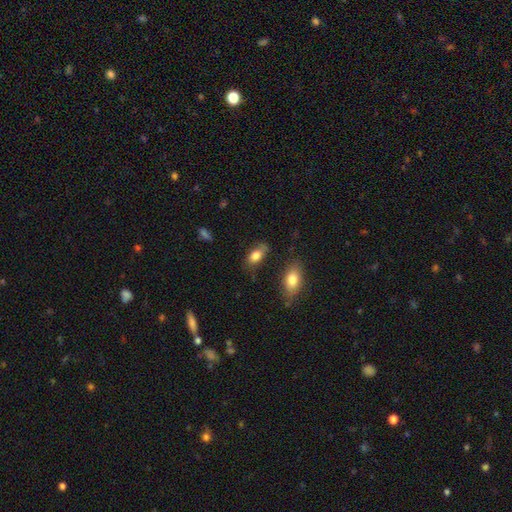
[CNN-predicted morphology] This is likely a smooth galaxy (79%). How rounded: clearly in between (89%). Merging: likely none (61%).